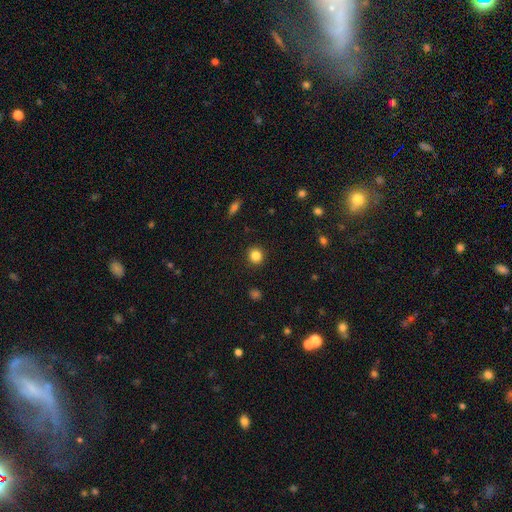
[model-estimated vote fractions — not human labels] smooth_or_featured: smooth (p=0.84) [alt: star or artifact p=0.11]
how_rounded: round (p=0.91) [alt: in between p=0.08]
merging: none (p=0.92) [alt: minor disturbance p=0.05]